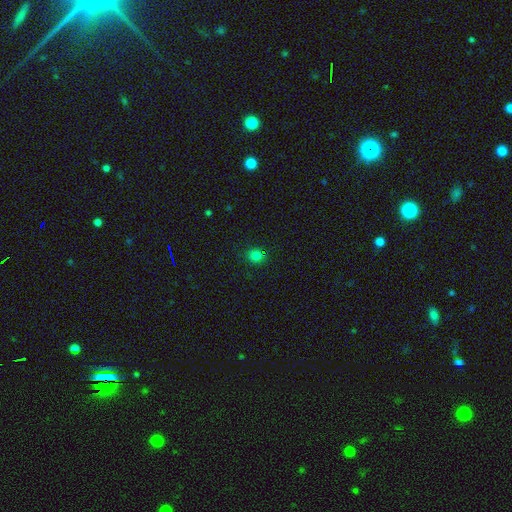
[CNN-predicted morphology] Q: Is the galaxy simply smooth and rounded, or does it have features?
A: smooth — 79%.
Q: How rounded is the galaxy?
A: round — 88%.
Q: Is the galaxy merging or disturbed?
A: none — 89%.